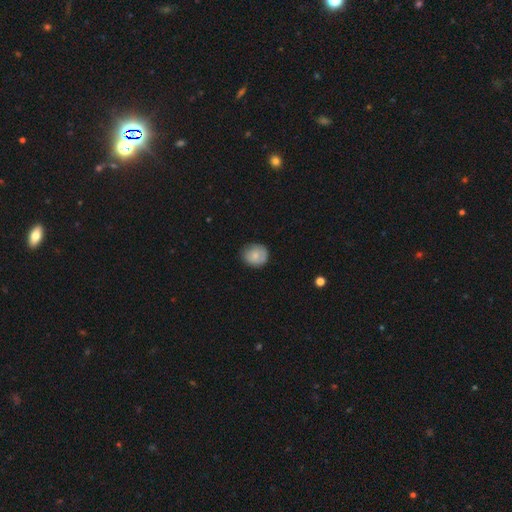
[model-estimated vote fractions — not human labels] This is likely a smooth galaxy (76%). How rounded: likely round (78%). Merging: likely none (78%).